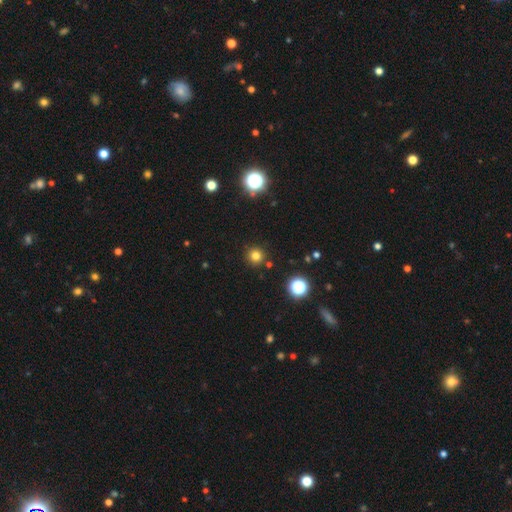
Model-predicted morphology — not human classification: Q: Smooth or featured?
A: smooth (76%); runner-up: star or artifact (19%)
Q: How rounded?
A: round (95%); runner-up: in between (4%)
Q: Merging?
A: none (89%); runner-up: minor disturbance (6%)